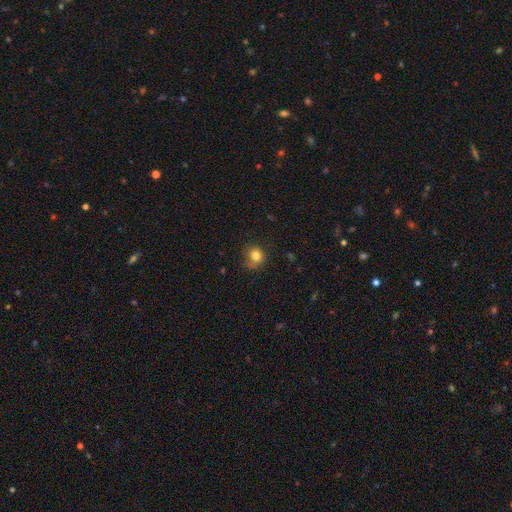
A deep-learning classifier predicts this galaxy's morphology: Smooth or featured?
  - smooth: 81% *
  - star or artifact: 12%
  - featured or disk: 7%
How rounded?
  - round: 82% *
  - in between: 17%
  - cigar-shaped: 1%
Merging?
  - none: 68% *
  - minor disturbance: 22%
  - major disturbance: 7%
  - merger: 3%